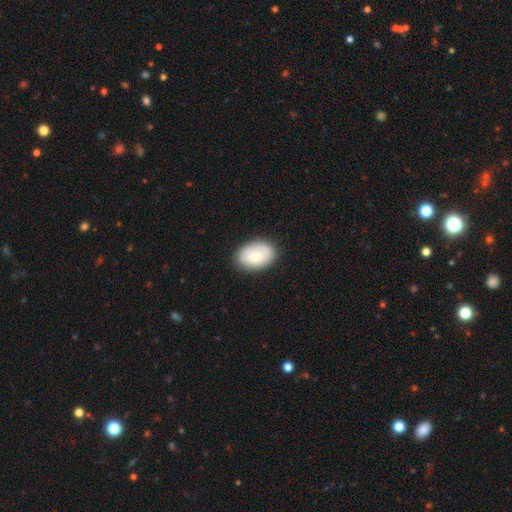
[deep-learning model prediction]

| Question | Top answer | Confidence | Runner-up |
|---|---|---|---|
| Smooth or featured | smooth | 77% | featured or disk (17%) |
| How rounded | in between | 85% | round (14%) |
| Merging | none | 84% | minor disturbance (12%) |